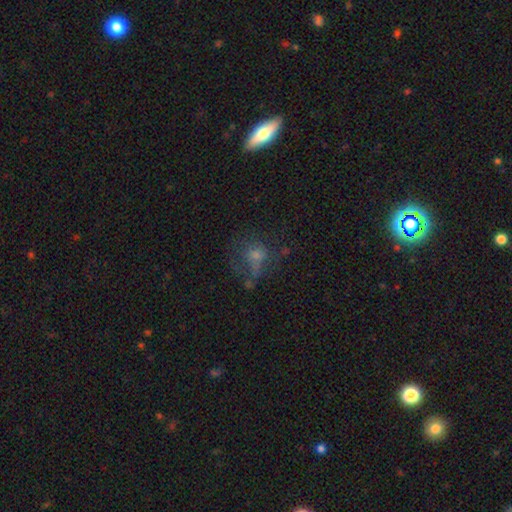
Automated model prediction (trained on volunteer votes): Smooth or featured: smooth — 44% (featured or disk — 31%)
Merging: none — 40% (major disturbance — 35%)